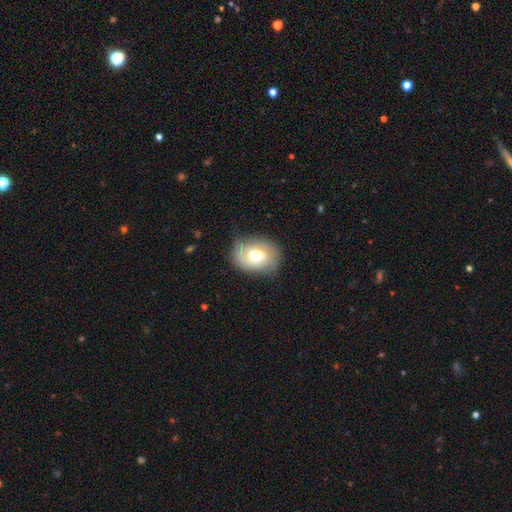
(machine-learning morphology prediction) Q: Smooth or featured?
A: smooth (59%); runner-up: featured or disk (33%)
Q: How rounded?
A: in between (65%); runner-up: round (34%)
Q: Merging?
A: none (63%); runner-up: minor disturbance (27%)